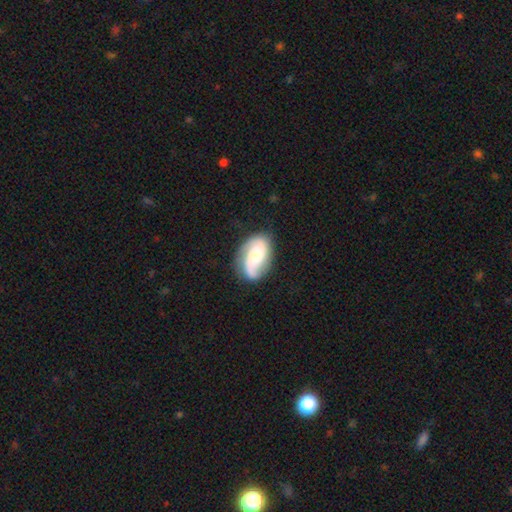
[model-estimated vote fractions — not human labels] Overall: featured or disk (71%). Edge-on disk: no (97%). Bar: no (57%; weak 30%). Spiral arms: yes (94%). Spiral arm count: 2 (85%). Spiral winding: medium (43%; loose 34%). Bulge size: moderate (35%; small 28%). Merging: none (72%).